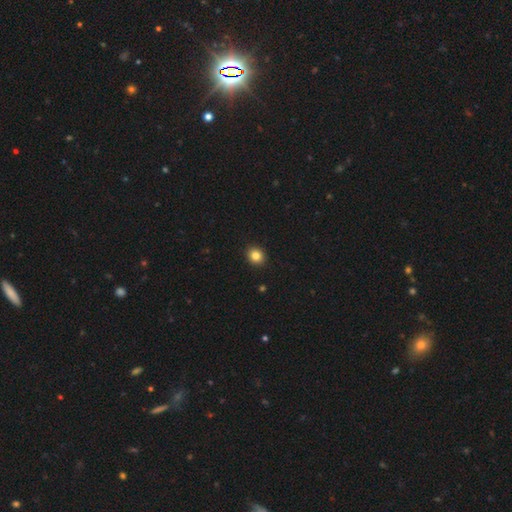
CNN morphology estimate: A smooth galaxy with no disk features (84%) that is round (77%).

Vote fractions:
- Smooth or featured? smooth: 84% / star or artifact: 11% / featured or disk: 5%
- How rounded? round: 77% / in between: 22% / cigar-shaped: 1%
- Merging? none: 93% / minor disturbance: 5% / major disturbance: 1% / merger: 1%